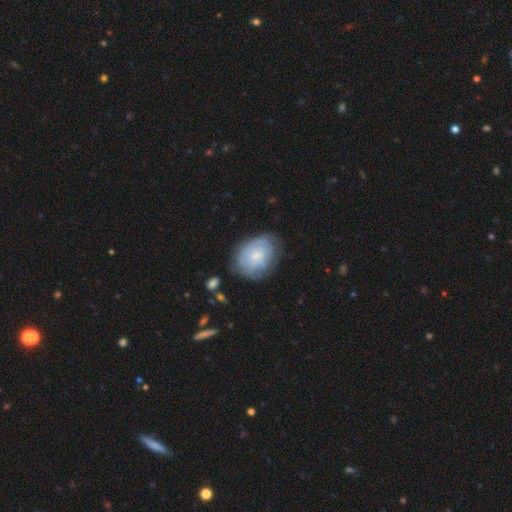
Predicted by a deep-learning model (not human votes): Smooth or featured? featured or disk (50%)
Edge-on disk? no (97%)
Merging? none (68%)